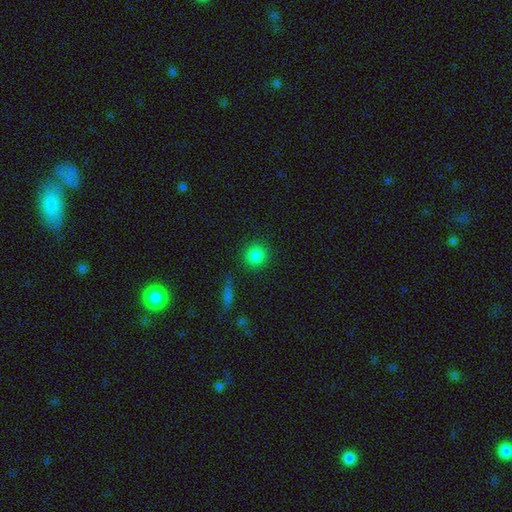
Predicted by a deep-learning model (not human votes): The model was most divided on "smooth or featured": smooth: 85%, star or artifact: 11%, featured or disk: 4%. More confident: how rounded — round (92%); merging — none (88%).